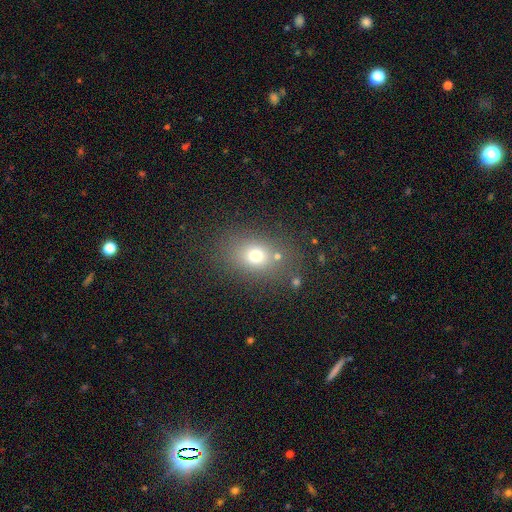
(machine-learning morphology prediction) Q: Smooth or featured?
A: smooth (71%); runner-up: star or artifact (17%)
Q: How rounded?
A: in between (58%); runner-up: round (41%)
Q: Merging?
A: none (74%); runner-up: minor disturbance (12%)